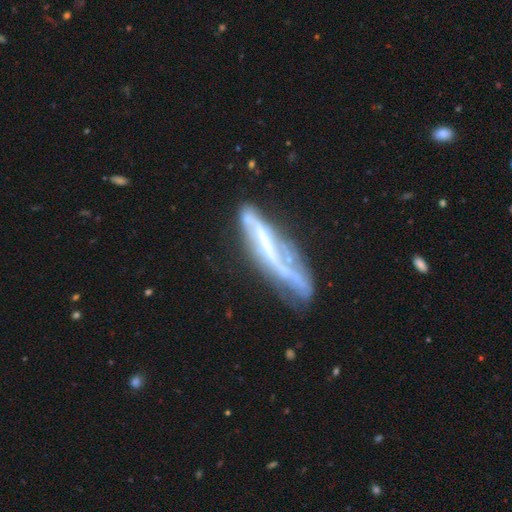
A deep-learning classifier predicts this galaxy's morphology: Smooth or featured? Predicted: featured or disk (p=0.68). Edge-on disk? Predicted: yes (p=0.60). Merging? Predicted: none (p=0.47).